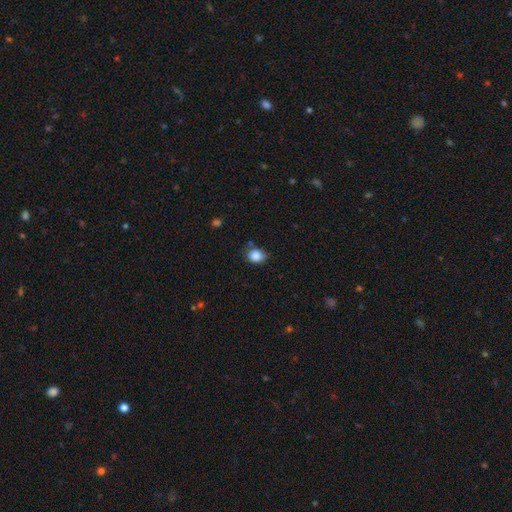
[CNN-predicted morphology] Smooth or featured?
  - smooth: 85% *
  - star or artifact: 10%
  - featured or disk: 5%
How rounded?
  - round: 58% *
  - in between: 41%
  - cigar-shaped: 1%
Merging?
  - none: 71% *
  - minor disturbance: 20%
  - merger: 5%
  - major disturbance: 4%